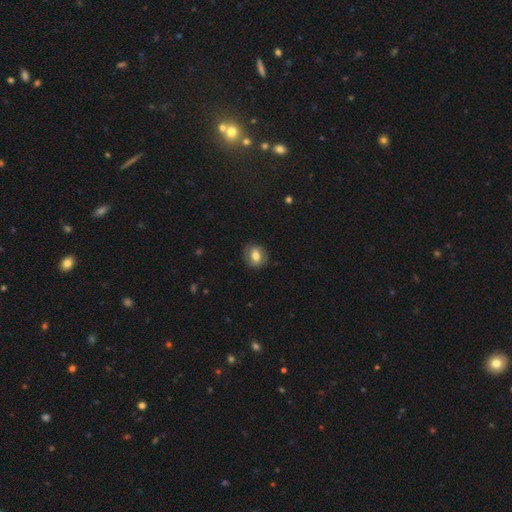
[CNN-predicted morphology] A smooth galaxy with no disk features (56%) that is round (62%). Merging: none (81%).